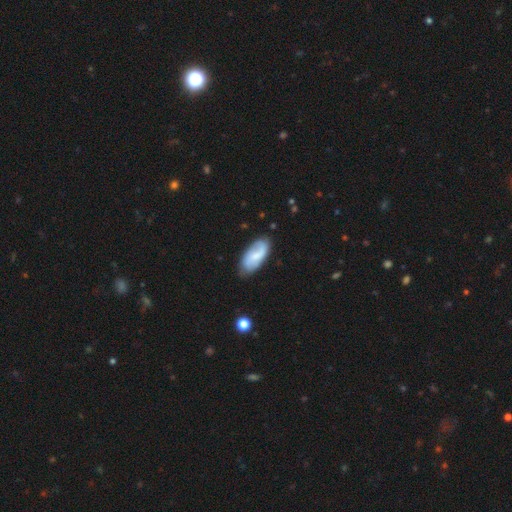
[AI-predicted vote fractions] This appears to be a smooth galaxy with no disk features (49%). Merging: none (74%).